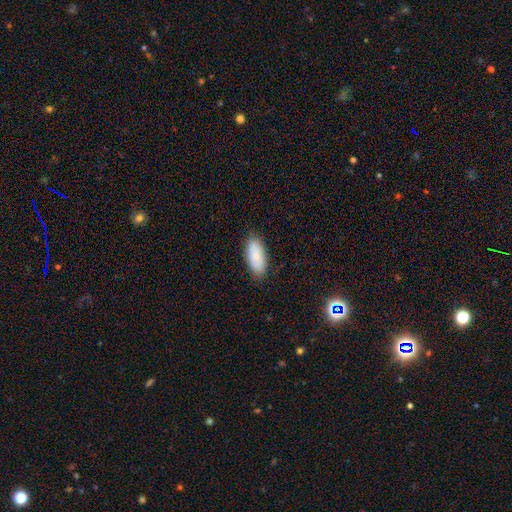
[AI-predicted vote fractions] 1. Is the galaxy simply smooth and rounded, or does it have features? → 83% smooth, 11% featured or disk, 6% star or artifact.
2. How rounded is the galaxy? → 88% in between, 10% cigar-shaped, 2% round.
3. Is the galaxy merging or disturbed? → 84% none, 12% minor disturbance, 2% major disturbance, 1% merger.